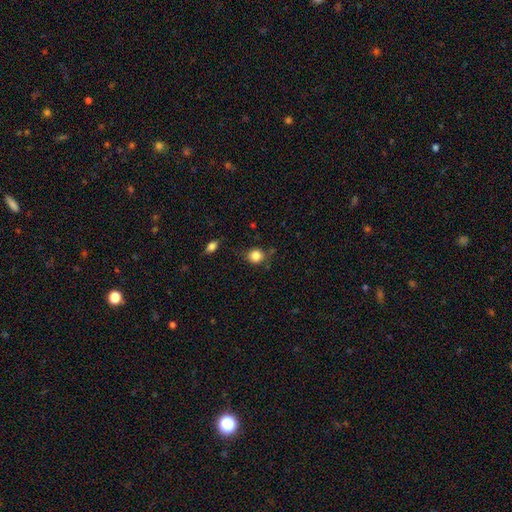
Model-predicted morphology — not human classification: Smooth or featured? smooth (85%)
How rounded? round (84%)
Merging? none (75%)